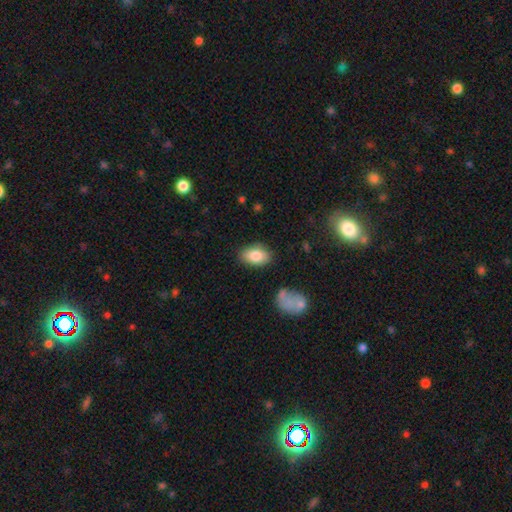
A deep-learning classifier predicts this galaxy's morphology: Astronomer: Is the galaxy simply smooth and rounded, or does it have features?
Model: smooth — 84%.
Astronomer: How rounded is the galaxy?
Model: in between — 91%.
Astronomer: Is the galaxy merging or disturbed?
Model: none — 82%.